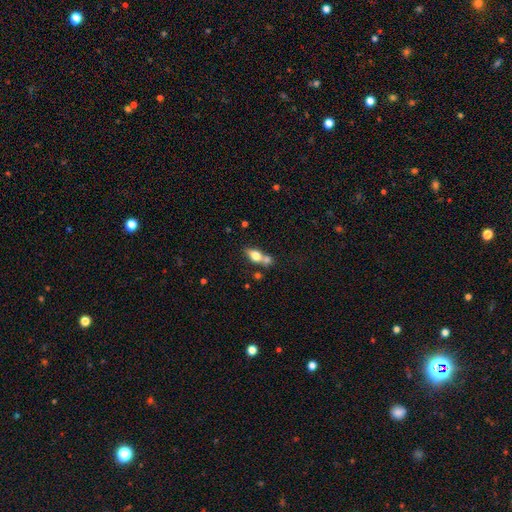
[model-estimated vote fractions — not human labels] A smooth galaxy with no disk features (66%) that is in between round and cigar-shaped (71%).

Vote fractions:
- Smooth or featured? smooth: 66% / featured or disk: 25% / star or artifact: 9%
- How rounded? in between: 71% / round: 17% / cigar-shaped: 13%
- Merging? merger: 43% / none: 39% / minor disturbance: 12% / major disturbance: 5%